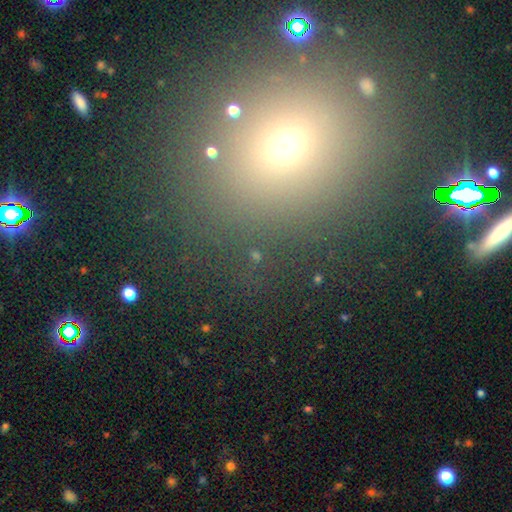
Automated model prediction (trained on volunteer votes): A smooth galaxy with no disk features (49%).

Vote fractions:
- Smooth or featured? smooth: 49% / star or artifact: 40% / featured or disk: 11%
- Merging? none: 81% / minor disturbance: 9% / merger: 5% / major disturbance: 5%